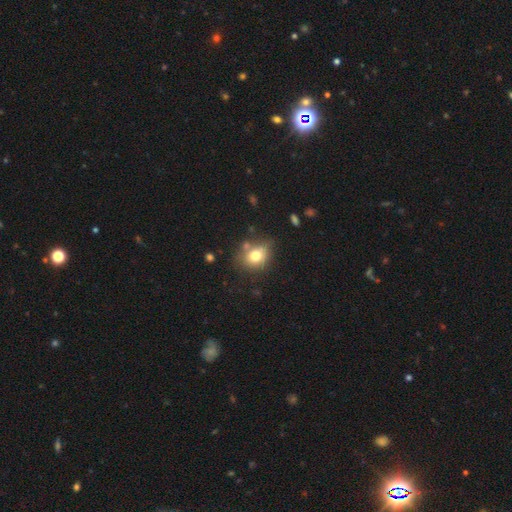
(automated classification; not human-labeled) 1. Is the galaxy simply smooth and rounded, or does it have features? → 75% smooth, 14% featured or disk, 12% star or artifact.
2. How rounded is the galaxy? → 57% round, 42% in between, 1% cigar-shaped.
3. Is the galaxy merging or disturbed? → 65% none, 19% minor disturbance, 11% merger, 6% major disturbance.